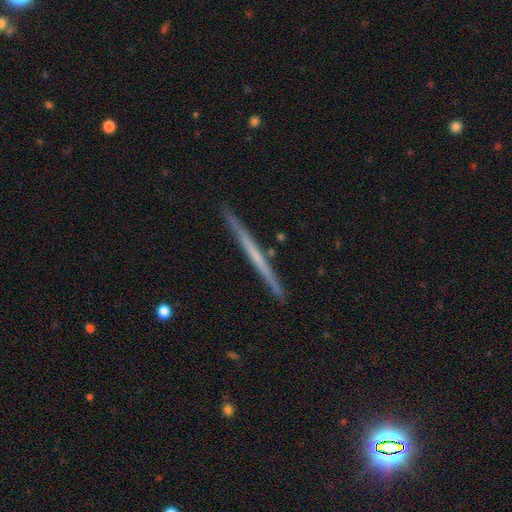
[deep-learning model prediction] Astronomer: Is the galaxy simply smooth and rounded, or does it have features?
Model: featured or disk — 57% (runner-up: smooth, 37%).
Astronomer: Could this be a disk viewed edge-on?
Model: yes — 98%.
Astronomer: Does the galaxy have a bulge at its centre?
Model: none — 89%.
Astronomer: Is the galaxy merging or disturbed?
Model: none — 91%.